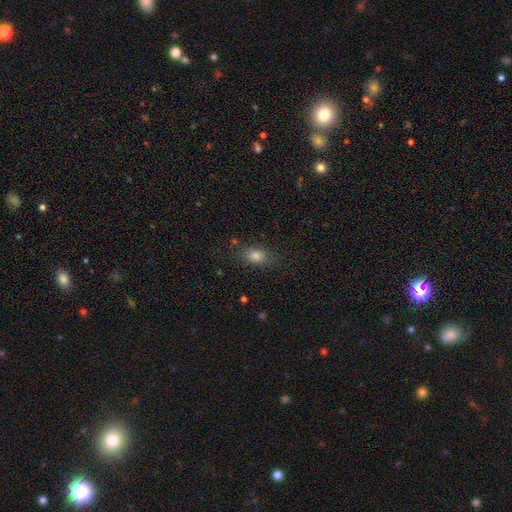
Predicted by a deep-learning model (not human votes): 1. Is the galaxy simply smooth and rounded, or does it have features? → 79% smooth, 13% star or artifact, 8% featured or disk.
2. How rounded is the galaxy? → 75% in between, 20% round, 5% cigar-shaped.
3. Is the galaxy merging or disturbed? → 79% none, 14% minor disturbance, 5% major disturbance, 2% merger.